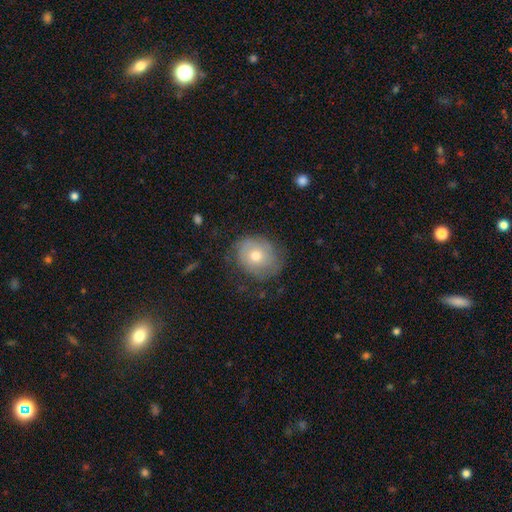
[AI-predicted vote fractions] The model was most divided on "smooth or featured": smooth: 60%, featured or disk: 31%, star or artifact: 9%. More confident: how rounded — round (70%); merging — none (67%).